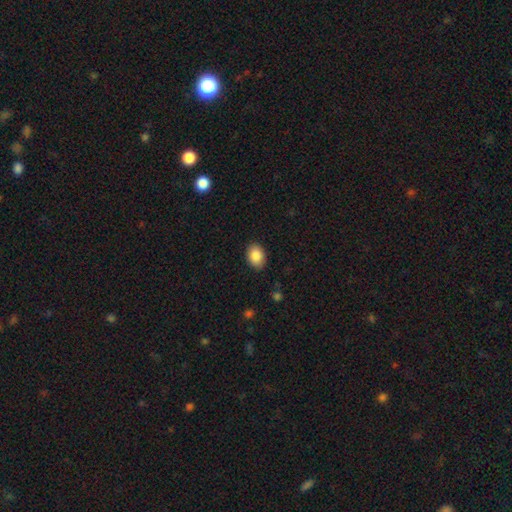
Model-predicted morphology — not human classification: Q: Smooth or featured?
A: smooth (88%); runner-up: star or artifact (7%)
Q: How rounded?
A: in between (80%); runner-up: round (19%)
Q: Merging?
A: none (87%); runner-up: minor disturbance (9%)